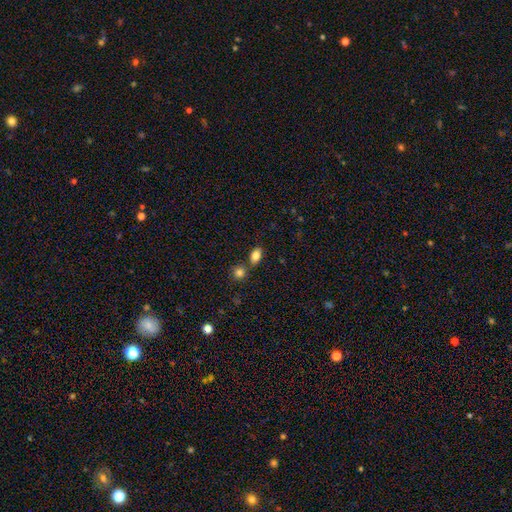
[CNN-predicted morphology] smooth_or_featured: smooth (p=0.84) [alt: star or artifact p=0.09]
how_rounded: in between (p=0.86) [alt: round p=0.12]
merging: none (p=0.69) [alt: merger p=0.17]